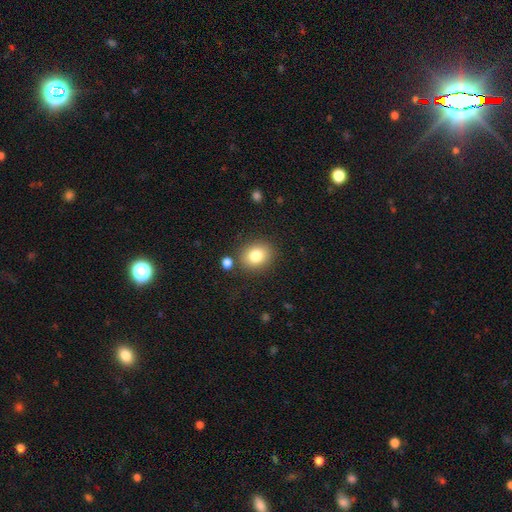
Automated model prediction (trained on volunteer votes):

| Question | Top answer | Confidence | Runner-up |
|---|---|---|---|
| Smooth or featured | smooth | 82% | star or artifact (10%) |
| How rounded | round | 62% | in between (38%) |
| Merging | none | 82% | minor disturbance (10%) |